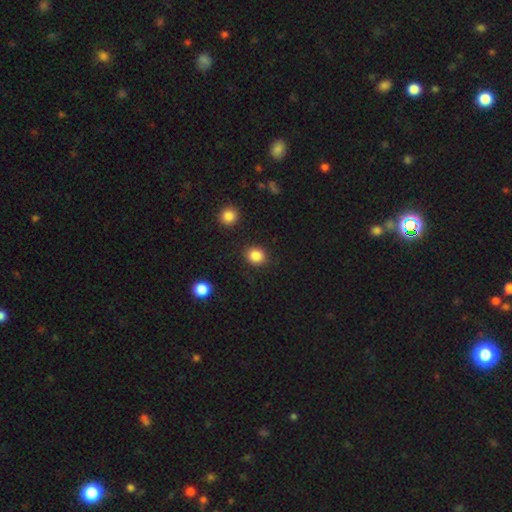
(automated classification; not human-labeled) This is clearly a smooth galaxy (86%). How rounded: likely round (70%). Merging: clearly none (87%).